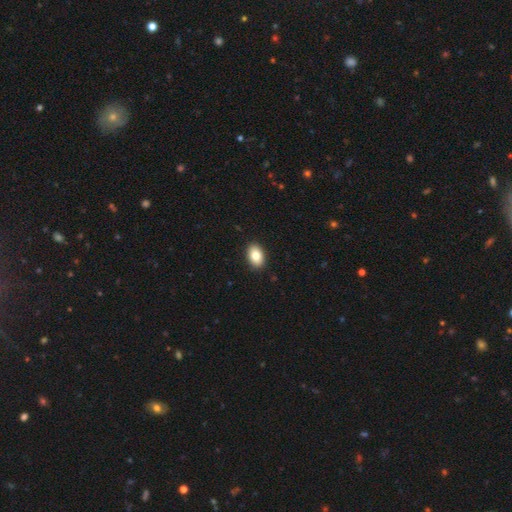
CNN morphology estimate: type=smooth (83%); roundness=in between (85%); merging=none (91%).